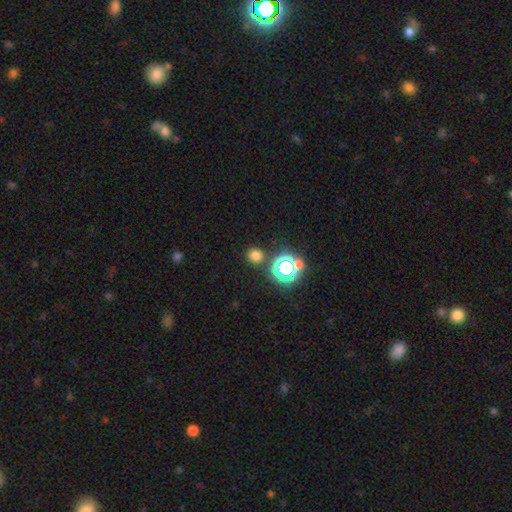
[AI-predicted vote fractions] Smooth or featured?
  - smooth: 71% *
  - star or artifact: 24%
  - featured or disk: 5%
How rounded?
  - round: 90% *
  - in between: 9%
  - cigar-shaped: 1%
Merging?
  - none: 85% *
  - minor disturbance: 7%
  - merger: 5%
  - major disturbance: 3%